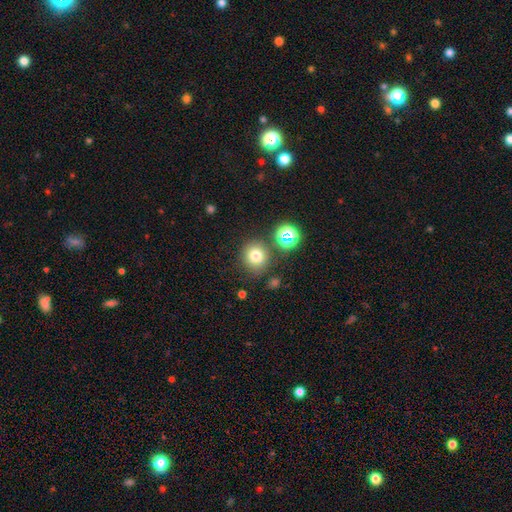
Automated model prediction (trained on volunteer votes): Q: Smooth or featured?
A: smooth (74%); runner-up: star or artifact (17%)
Q: How rounded?
A: round (89%); runner-up: in between (10%)
Q: Merging?
A: none (78%); runner-up: minor disturbance (10%)